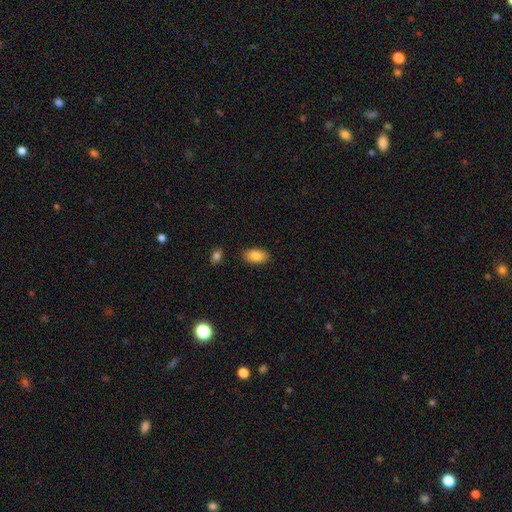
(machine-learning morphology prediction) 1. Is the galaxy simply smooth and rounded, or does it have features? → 84% smooth, 8% featured or disk, 7% star or artifact.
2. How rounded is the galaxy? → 94% in between, 4% round, 2% cigar-shaped.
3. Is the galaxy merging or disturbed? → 87% none, 9% minor disturbance, 2% major disturbance, 2% merger.